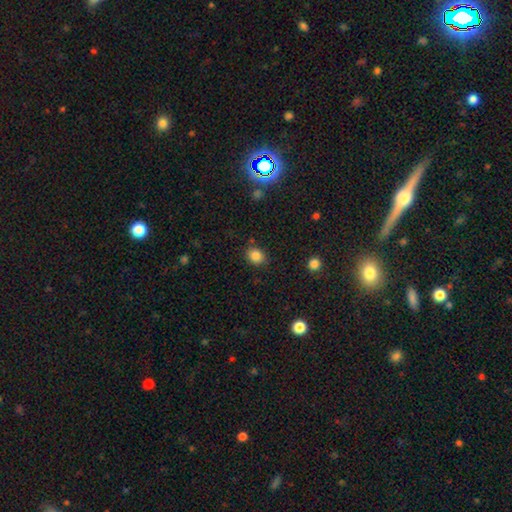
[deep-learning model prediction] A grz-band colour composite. It shows a smooth galaxy with no disk features (84%) that is round (68%). Merging: none (81%).